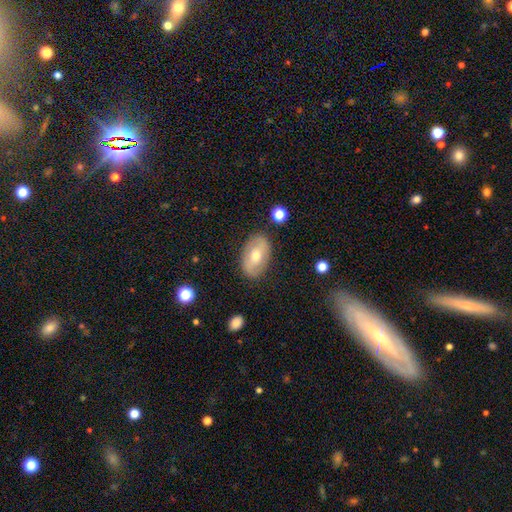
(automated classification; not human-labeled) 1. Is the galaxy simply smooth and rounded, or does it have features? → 51% smooth, 42% featured or disk, 7% star or artifact.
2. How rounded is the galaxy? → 88% in between, 11% round, 2% cigar-shaped.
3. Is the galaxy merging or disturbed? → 83% none, 12% minor disturbance, 4% major disturbance, 1% merger.